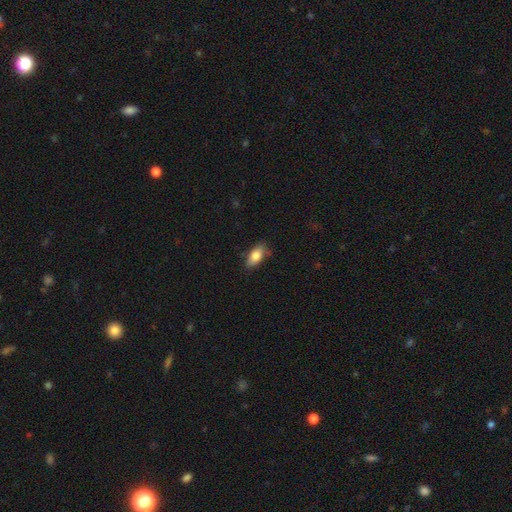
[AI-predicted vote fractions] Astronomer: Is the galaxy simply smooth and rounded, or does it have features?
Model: smooth — 81%.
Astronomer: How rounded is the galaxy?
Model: in between — 87%.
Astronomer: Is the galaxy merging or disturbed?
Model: none — 76%.